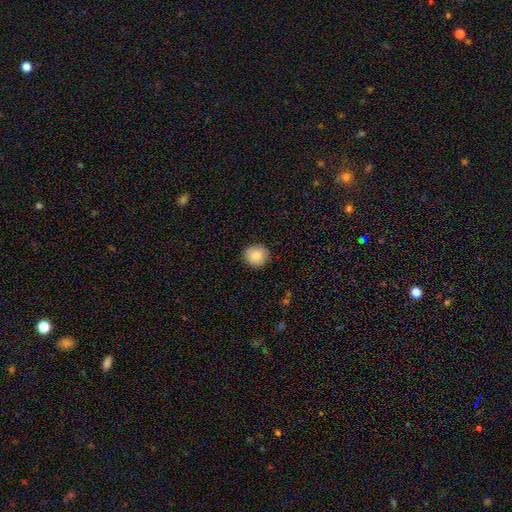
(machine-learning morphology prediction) The model was most divided on "smooth or featured": smooth: 84%, star or artifact: 8%, featured or disk: 8%. More confident: how rounded — round (90%); merging — none (88%).